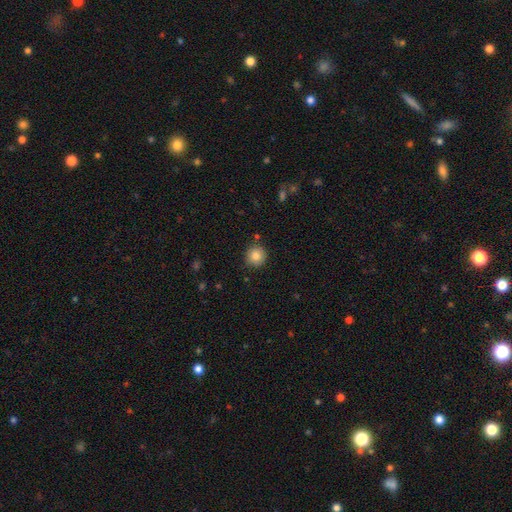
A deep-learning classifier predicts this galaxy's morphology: A smooth galaxy with no disk features (84%) that is round (94%).

Vote fractions:
- Smooth or featured? smooth: 84% / star or artifact: 10% / featured or disk: 6%
- How rounded? round: 94% / in between: 5% / cigar-shaped: 1%
- Merging? none: 88% / minor disturbance: 7% / merger: 3% / major disturbance: 2%